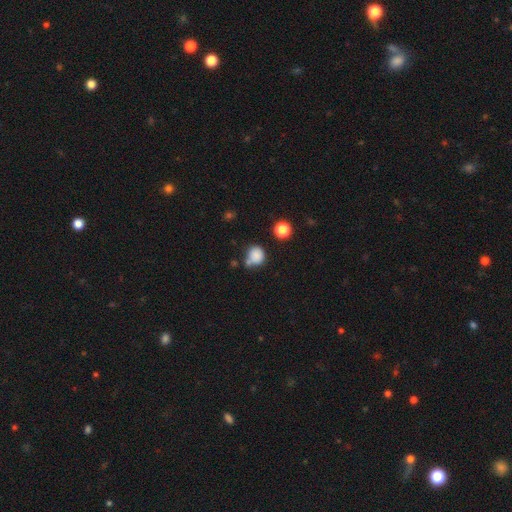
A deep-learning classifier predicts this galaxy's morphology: Q: Smooth or featured?
A: smooth (83%); runner-up: star or artifact (11%)
Q: How rounded?
A: round (77%); runner-up: in between (22%)
Q: Merging?
A: none (54%); runner-up: minor disturbance (21%)